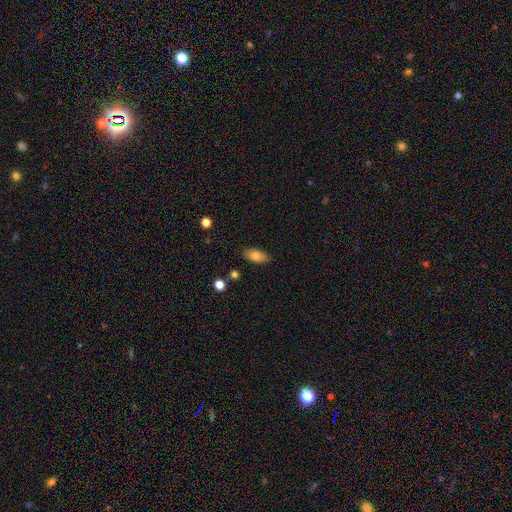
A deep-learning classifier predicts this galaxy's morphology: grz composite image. It shows a smooth galaxy with no disk features (77%) that is in between round and cigar-shaped (87%). Merging: none (86%).